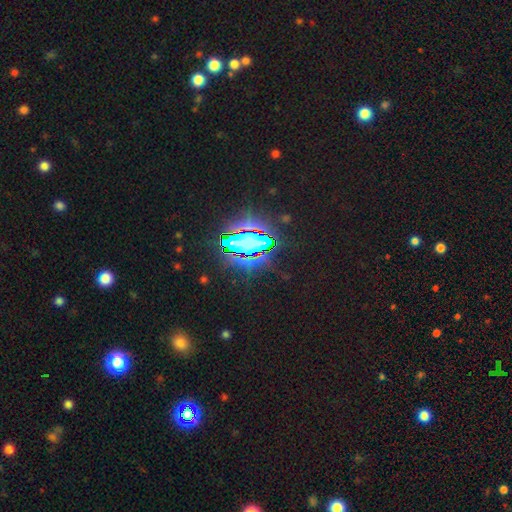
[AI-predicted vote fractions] Overall: star or artifact (74%).